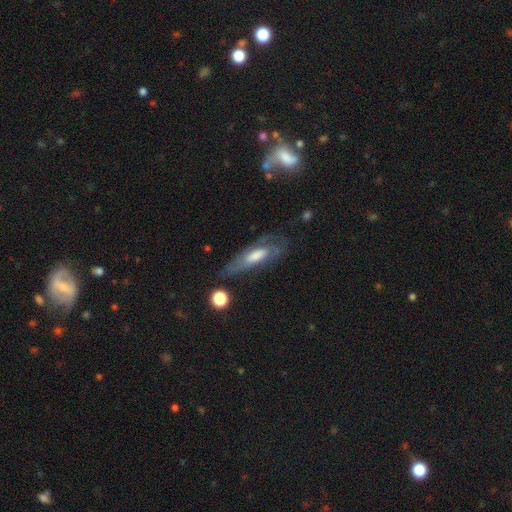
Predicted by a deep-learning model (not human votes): featured or disk 58%, smooth 34%, star or artifact 8%. Down the decision tree: edge-on disk — no (66%); merging — none (56%).